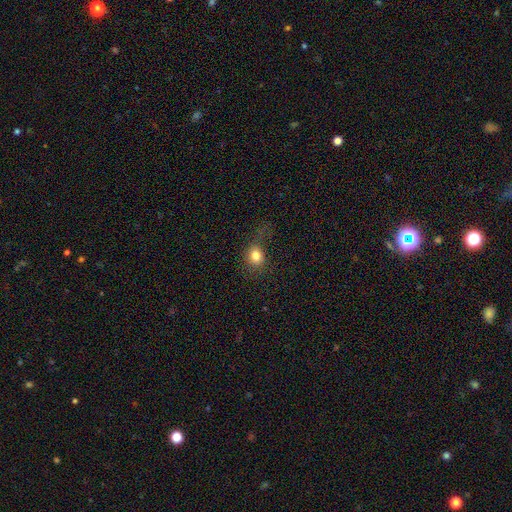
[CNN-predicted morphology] Smooth or featured: smooth — 80% (star or artifact — 12%)
How rounded: round — 69% (in between — 29%)
Merging: none — 58% (minor disturbance — 21%)